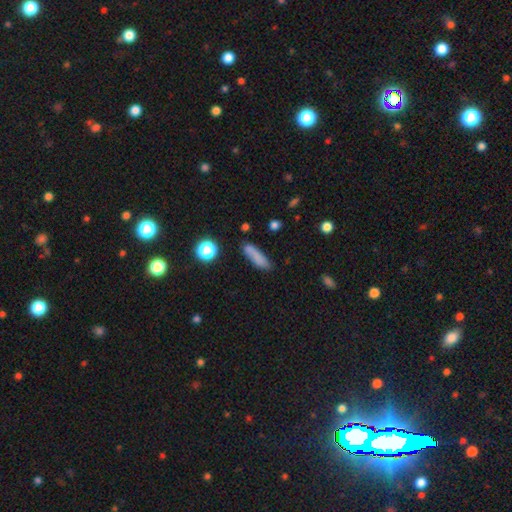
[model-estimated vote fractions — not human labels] smooth-or-featured: smooth: 78% | star or artifact: 11% | featured or disk: 11%
  how-rounded: cigar-shaped: 66% | in between: 30% | round: 4%
  merging: none: 69% | minor disturbance: 19% | merger: 6% | major disturbance: 5%